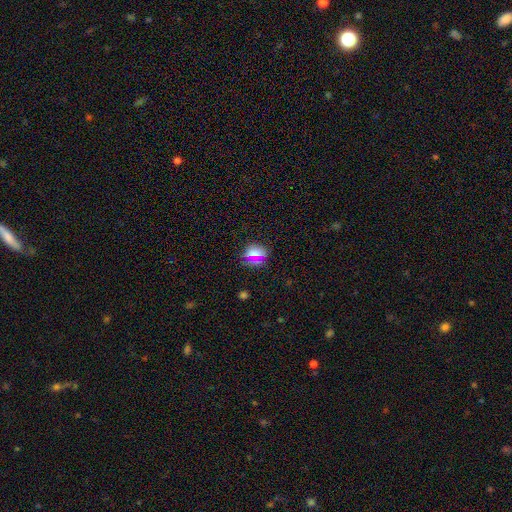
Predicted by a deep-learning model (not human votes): A smooth galaxy with no disk features (67%) that is round (60%). Merging: none (80%).